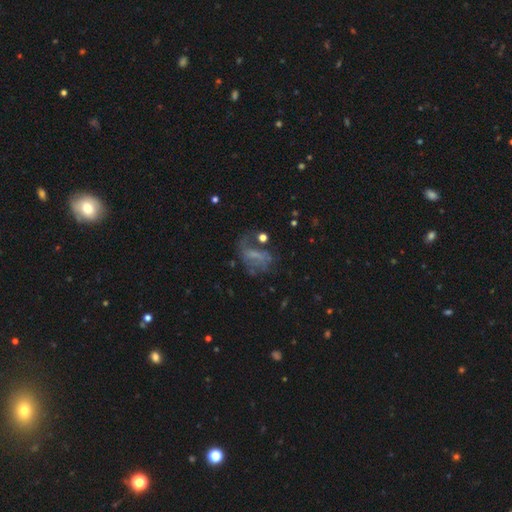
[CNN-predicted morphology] A featured or disk galaxy (52%) with no bar (48%), no spiral arms (50%, tied with yes) and no central bulge (55%). Merging: none (37%).